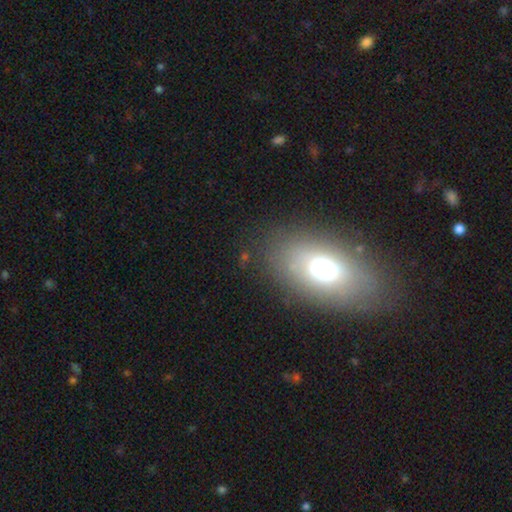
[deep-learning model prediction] smooth-or-featured: smooth: 62% | featured or disk: 26% | star or artifact: 11%
  how-rounded: in between: 87% | round: 9% | cigar-shaped: 4%
  merging: none: 80% | minor disturbance: 13% | major disturbance: 5% | merger: 2%